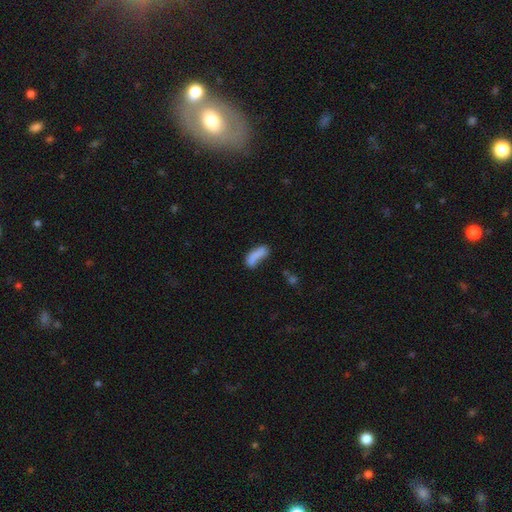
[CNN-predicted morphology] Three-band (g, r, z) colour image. It shows a smooth galaxy with no disk features (77%) that is in between round and cigar-shaped (60%). Merging: none (44%).